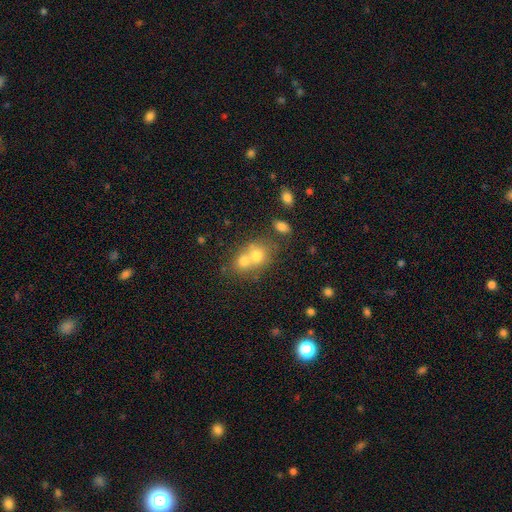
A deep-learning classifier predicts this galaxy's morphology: Smooth or featured: smooth — 68% (featured or disk — 20%)
How rounded: round — 64% (in between — 35%)
Merging: merger — 64% (none — 27%)